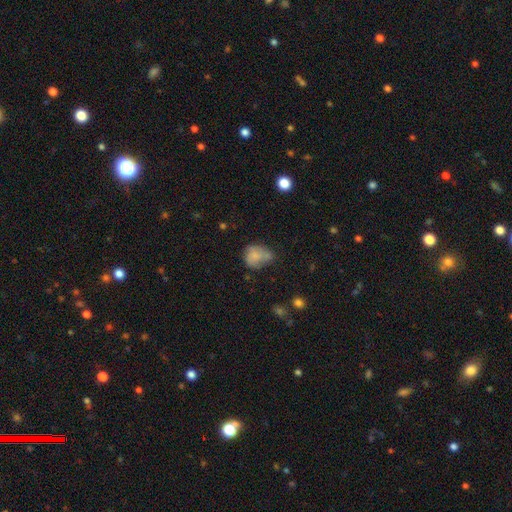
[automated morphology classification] smooth 67%, featured or disk 23%, star or artifact 10%. Down the decision tree: how rounded — round (55%); merging — none (40%).